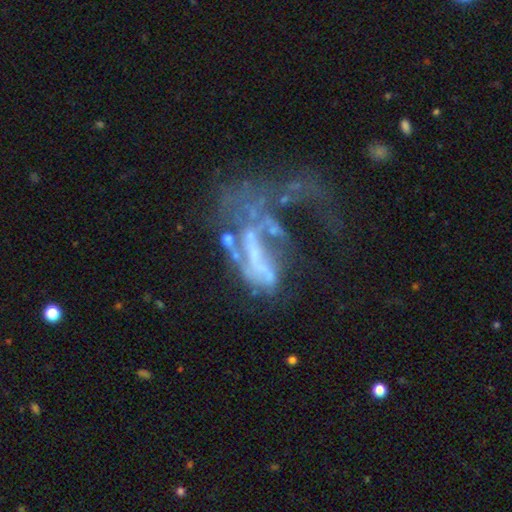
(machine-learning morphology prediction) Overall: featured or disk (67%). Edge-on disk: no (95%). Bar: no (66%). Spiral arms: no (71%). Bulge size: none (64%). Merging: major disturbance (56%; merger 23%).